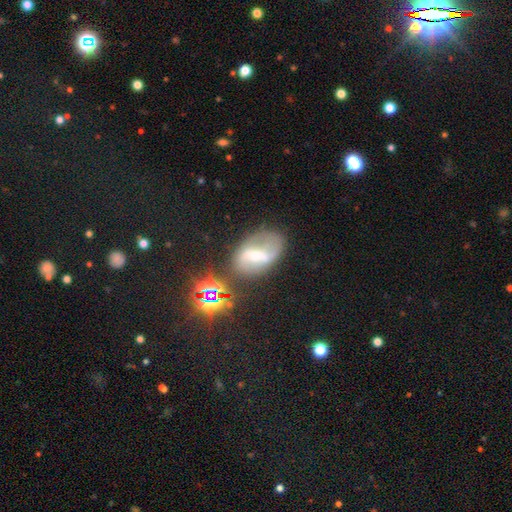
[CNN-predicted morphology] The model was most divided on "bulge size": moderate: 42%, small: 35%, none: 12%, large: 8%, dominant: 2%. Remaining: edge-on disk — no (94%); spiral arms — yes (66%); smooth or featured — featured or disk (62%); merging — none (55%); bar — strong (50%).